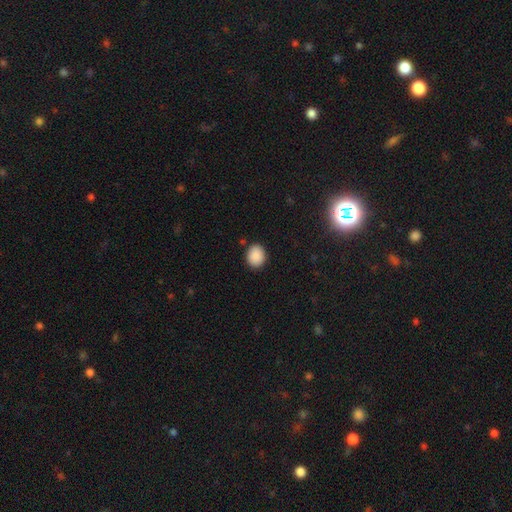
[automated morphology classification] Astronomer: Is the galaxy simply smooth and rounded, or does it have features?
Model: smooth — 89%.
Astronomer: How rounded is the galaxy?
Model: round — 62%.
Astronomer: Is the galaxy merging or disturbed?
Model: none — 87%.